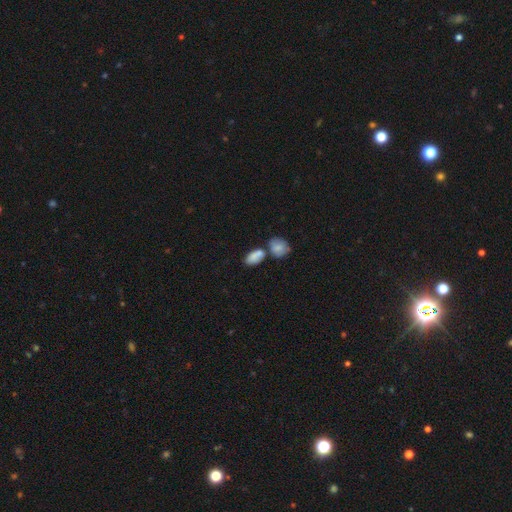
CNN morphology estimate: smooth-or-featured: smooth: 83% | featured or disk: 10% | star or artifact: 8%
  how-rounded: in between: 89% | round: 8% | cigar-shaped: 3%
  merging: merger: 47% | none: 36% | minor disturbance: 13% | major disturbance: 4%